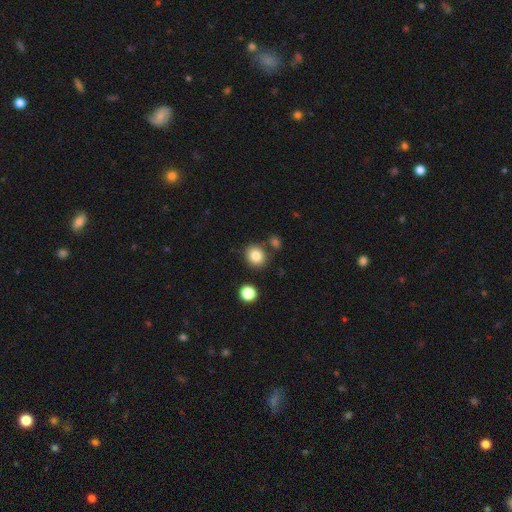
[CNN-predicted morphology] A smooth galaxy with no disk features (83%) that is round (75%).

Vote fractions:
- Smooth or featured? smooth: 83% / star or artifact: 10% / featured or disk: 7%
- How rounded? round: 75% / in between: 24% / cigar-shaped: 1%
- Merging? none: 78% / minor disturbance: 10% / merger: 9% / major disturbance: 3%